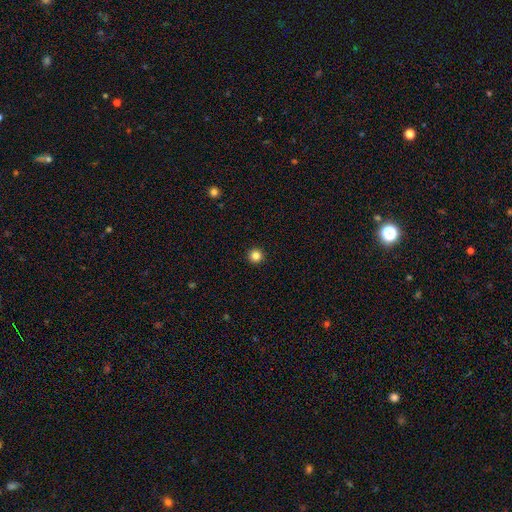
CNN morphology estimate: Overall: smooth (84%). How rounded: round (96%). Merging: none (94%).